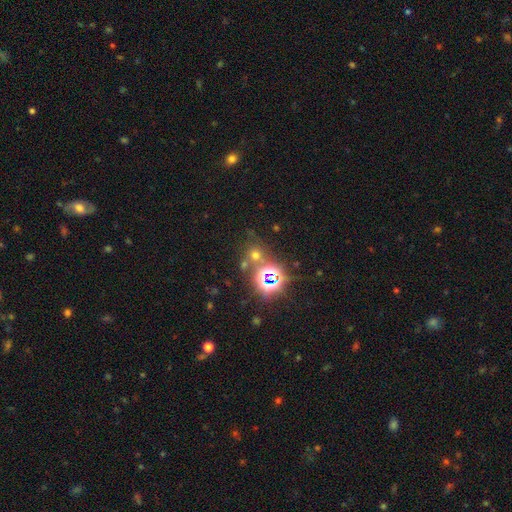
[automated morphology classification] Q: Smooth or featured?
A: star or artifact (48%); runner-up: smooth (43%)